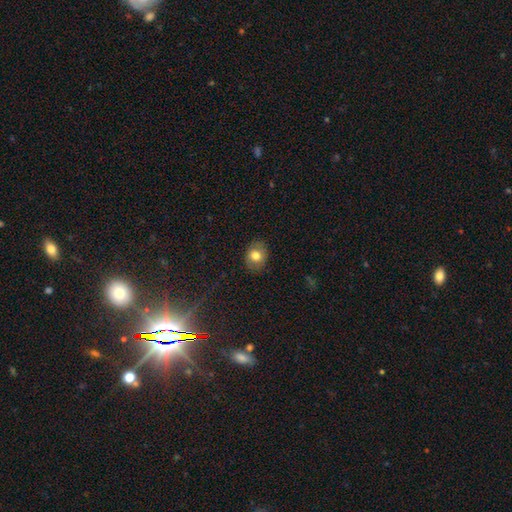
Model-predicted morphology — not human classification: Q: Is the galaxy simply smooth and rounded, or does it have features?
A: smooth — 76%.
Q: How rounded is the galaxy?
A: in between — 50%.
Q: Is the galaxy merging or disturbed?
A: none — 86%.